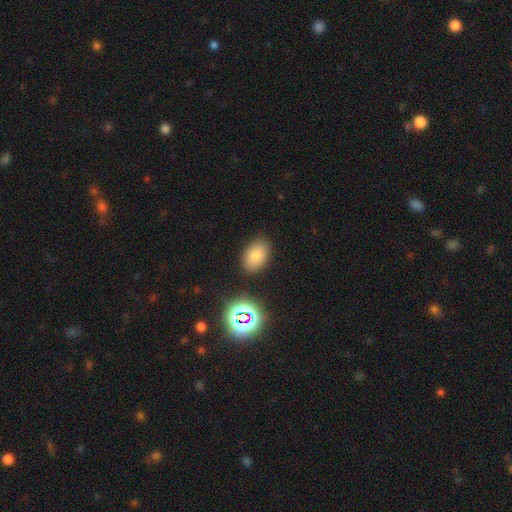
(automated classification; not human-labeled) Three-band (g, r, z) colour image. It shows a smooth galaxy with no disk features (74%) that is in between round and cigar-shaped (84%). Merging: none (86%).